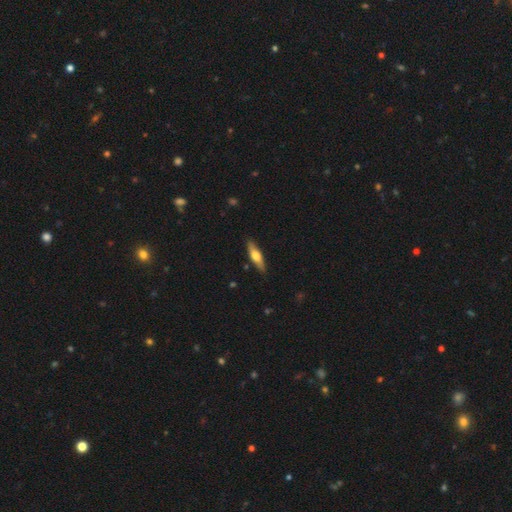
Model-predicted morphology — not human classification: smooth 52%, featured or disk 42%, star or artifact 5%. Down the decision tree: how rounded — cigar-shaped (66%); merging — none (87%).